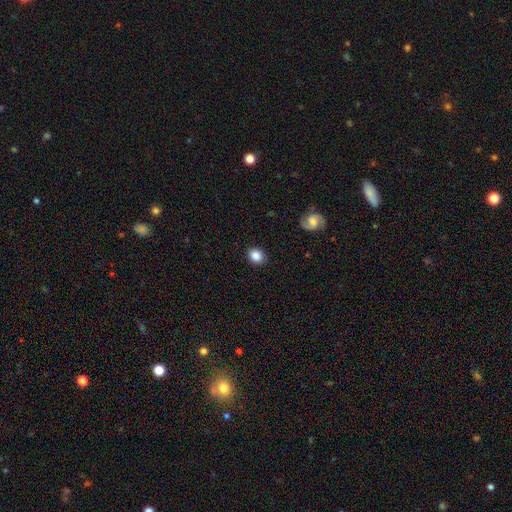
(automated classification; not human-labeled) A smooth galaxy with no disk features (84%) that is round (64%). Merging: none (89%).